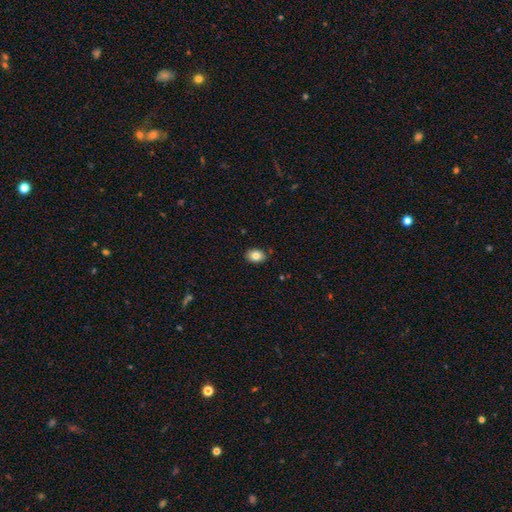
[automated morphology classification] Q: Smooth or featured?
A: smooth (84%); runner-up: star or artifact (8%)
Q: How rounded?
A: in between (77%); runner-up: round (22%)
Q: Merging?
A: none (87%); runner-up: minor disturbance (9%)